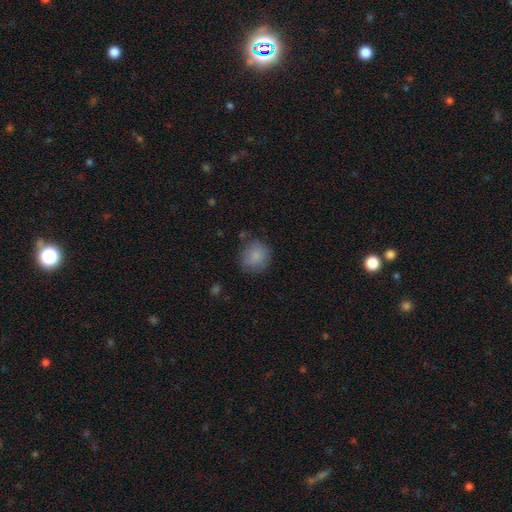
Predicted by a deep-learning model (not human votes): smooth_or_featured: smooth (p=0.84) [alt: star or artifact p=0.08]
how_rounded: round (p=0.86) [alt: in between p=0.13]
merging: none (p=0.74) [alt: minor disturbance p=0.18]